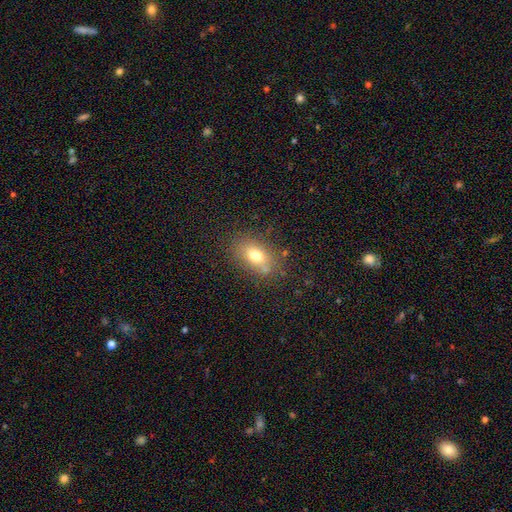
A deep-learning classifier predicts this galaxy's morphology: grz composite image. It shows a smooth galaxy with no disk features (72%) that is in between round and cigar-shaped (79%). Merging: none (75%).